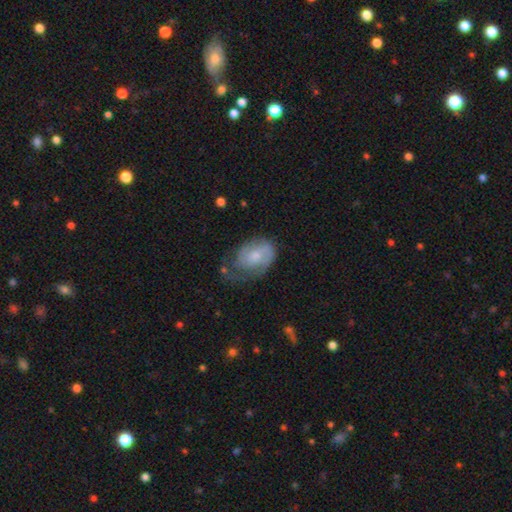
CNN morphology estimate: smooth_or_featured: featured or disk (p=0.54) [alt: smooth p=0.39]
disk_edge_on: no (p=0.96) [alt: yes p=0.04]
bar: no (p=0.66) [alt: weak p=0.30]
has_spiral_arms: yes (p=0.79) [alt: no p=0.21]
bulge_size: small (p=0.49) [alt: moderate p=0.40]
merging: none (p=0.37) [alt: minor disturbance p=0.32]